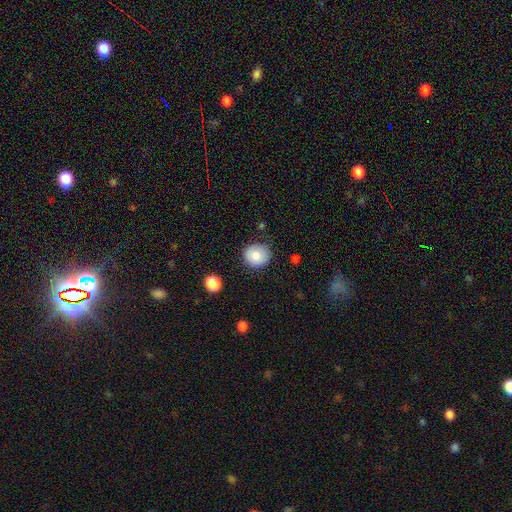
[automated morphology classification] This appears to be a smooth galaxy with no disk features (82%) that is round (86%). Merging: none (82%).